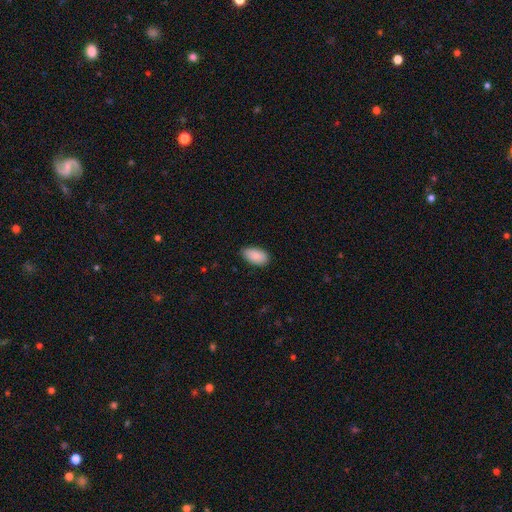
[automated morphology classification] Smooth or featured?
  - smooth: 88% *
  - star or artifact: 6%
  - featured or disk: 6%
How rounded?
  - in between: 95% *
  - round: 3%
  - cigar-shaped: 2%
Merging?
  - none: 83% *
  - minor disturbance: 14%
  - major disturbance: 2%
  - merger: 1%